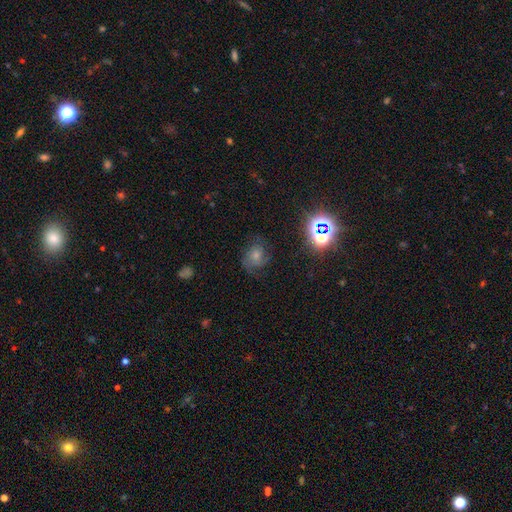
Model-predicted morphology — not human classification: The model was most divided on "smooth or featured": featured or disk: 47%, smooth: 35%, star or artifact: 18%. More confident: merging — none (59%).